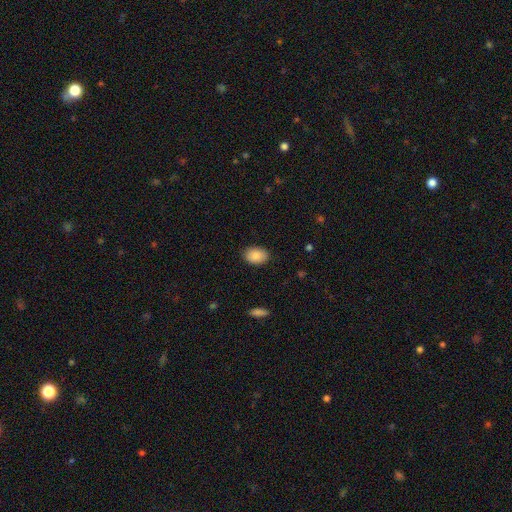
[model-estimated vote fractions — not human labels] The model was most divided on "how rounded": in between: 83%, round: 16%, cigar-shaped: 1%. More confident: merging — none (87%); smooth or featured — smooth (87%).